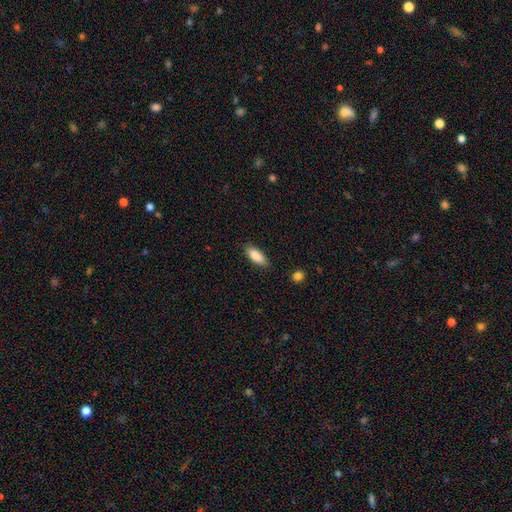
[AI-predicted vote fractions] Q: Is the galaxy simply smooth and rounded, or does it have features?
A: smooth — 87%.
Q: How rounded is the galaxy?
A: in between — 75%.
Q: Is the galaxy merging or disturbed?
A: none — 84%.